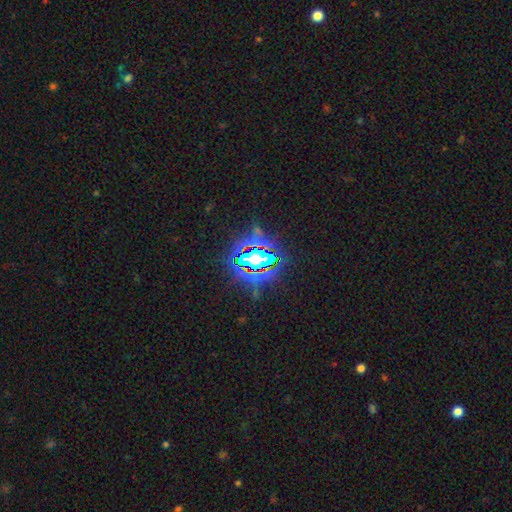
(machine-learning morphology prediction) Q: Smooth or featured?
A: star or artifact (75%); runner-up: smooth (14%)